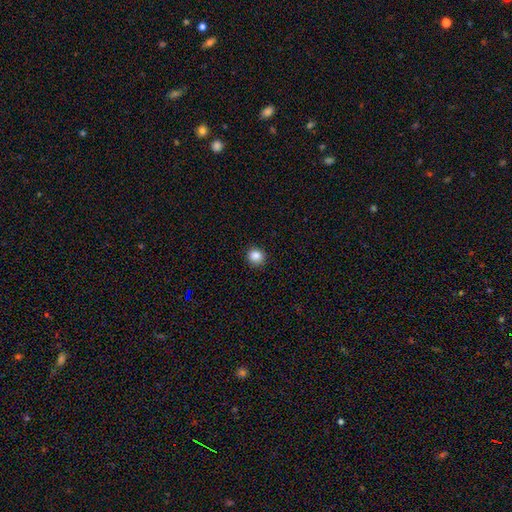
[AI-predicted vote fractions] Smooth or featured: smooth — 86% (star or artifact — 10%)
How rounded: round — 89% (in between — 10%)
Merging: none — 91% (minor disturbance — 6%)